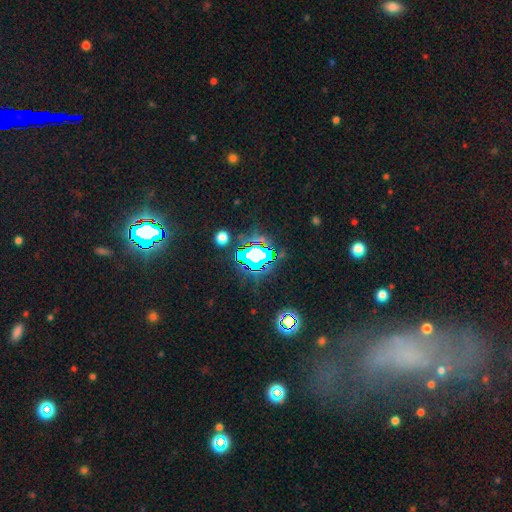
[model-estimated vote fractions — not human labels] Smooth or featured?
  - star or artifact: 68% *
  - smooth: 18%
  - featured or disk: 15%